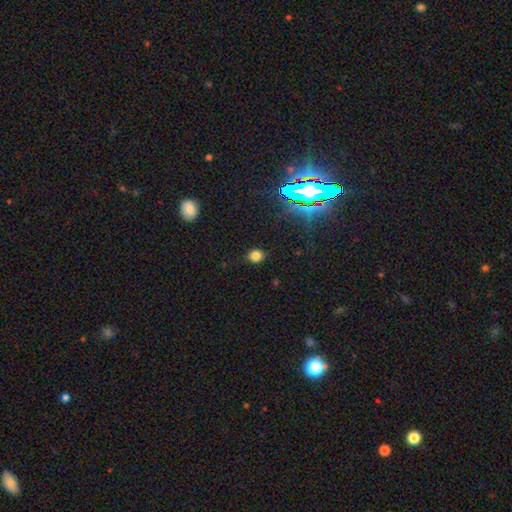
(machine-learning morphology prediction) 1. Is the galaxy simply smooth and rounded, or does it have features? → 76% smooth, 19% star or artifact, 5% featured or disk.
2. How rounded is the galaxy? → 79% round, 20% in between, 1% cigar-shaped.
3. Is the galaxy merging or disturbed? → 88% none, 8% minor disturbance, 2% major disturbance, 1% merger.